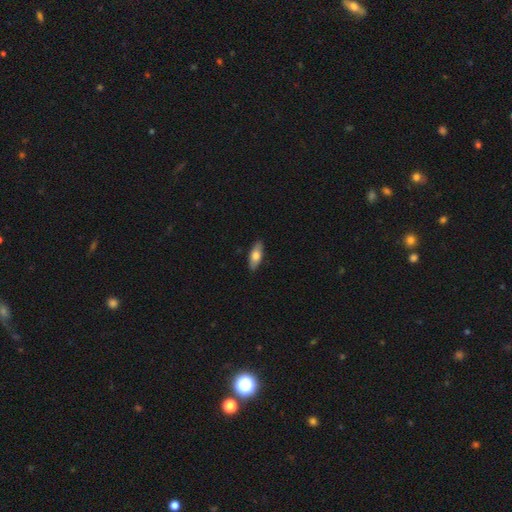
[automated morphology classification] This is likely a smooth galaxy (70%). How rounded: likely in between (74%). Merging: clearly none (89%).